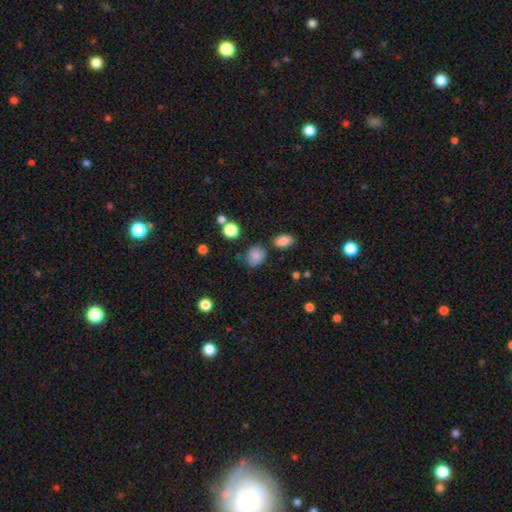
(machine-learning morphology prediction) This appears to be a smooth galaxy with no disk features (83%) that is round (62%). Merging: none (69%).